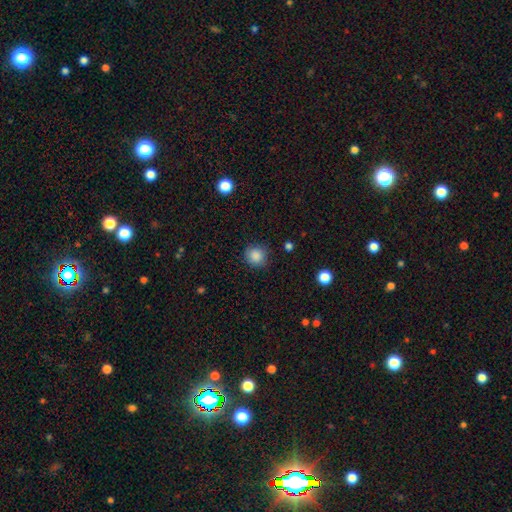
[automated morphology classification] Smooth or featured: smooth — 87% (star or artifact — 10%)
How rounded: round — 87% (in between — 13%)
Merging: none — 84% (minor disturbance — 11%)